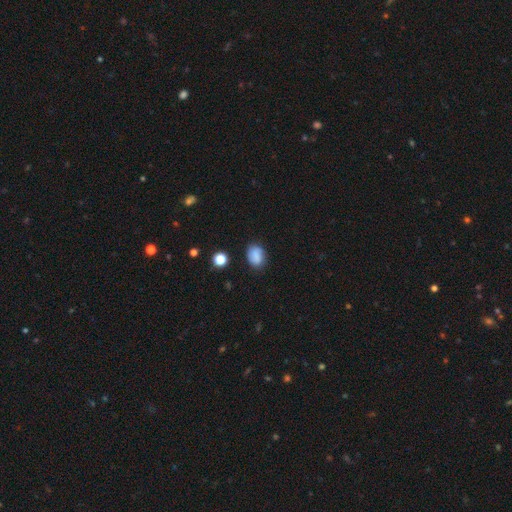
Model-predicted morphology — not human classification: Overall: smooth (82%). How rounded: in between (71%). Merging: none (76%).